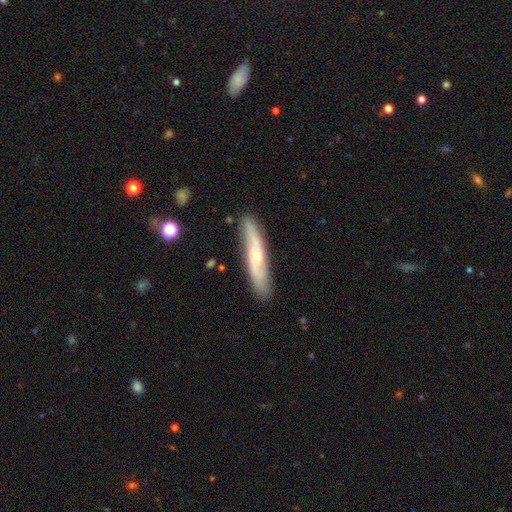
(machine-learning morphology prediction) Overall: featured or disk (61%; smooth 33%). Edge-on disk: no (51%; yes 49%). Merging: none (84%).